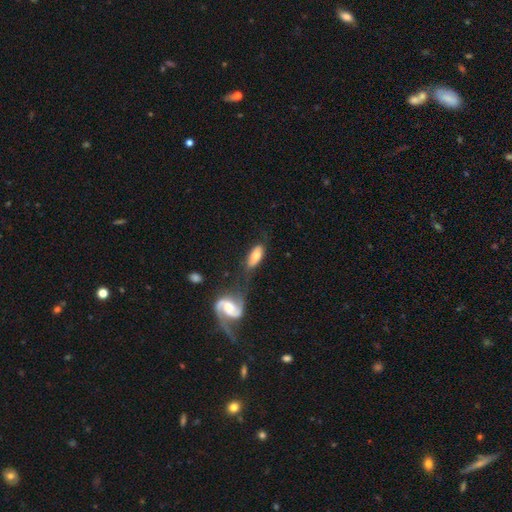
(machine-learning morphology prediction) This is likely a smooth galaxy (62%). How rounded: clearly in between (82%). Merging: possibly none (54%).